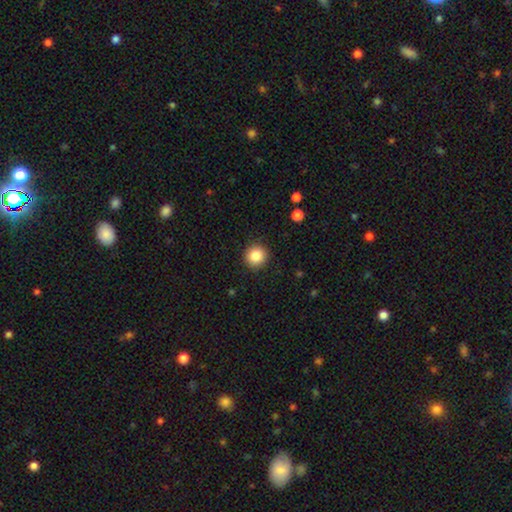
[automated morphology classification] This appears to be a smooth galaxy with no disk features (85%) that is round (94%). Merging: none (91%).